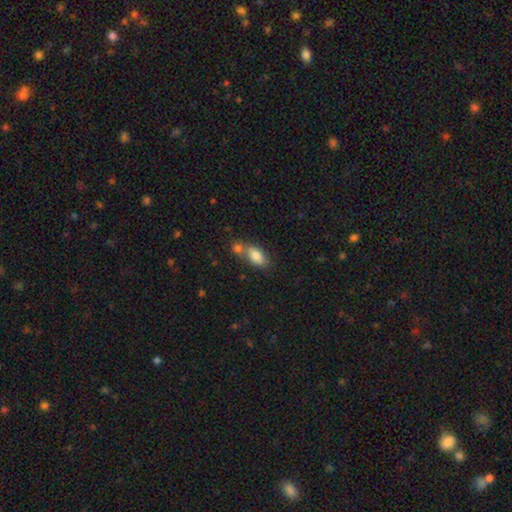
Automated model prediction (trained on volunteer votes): Smooth or featured: smooth — 81% (featured or disk — 11%)
How rounded: in between — 87% (cigar-shaped — 7%)
Merging: none — 43% (merger — 40%)